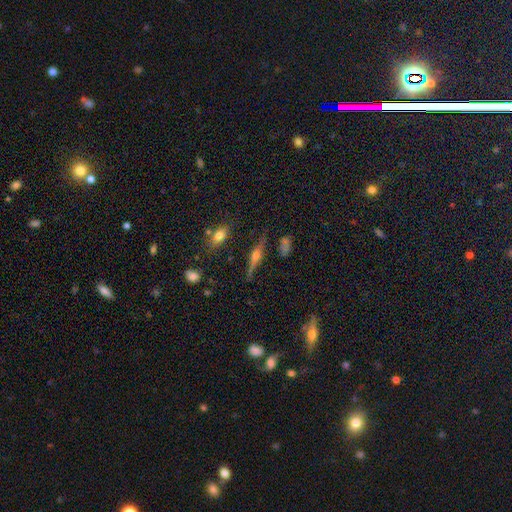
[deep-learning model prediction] Q: Smooth or featured?
A: featured or disk (70%); runner-up: smooth (20%)
Q: Edge-on disk?
A: yes (95%); runner-up: no (5%)
Q: Edge-on bulge?
A: rounded (91%); runner-up: boxy (6%)
Q: Merging?
A: none (80%); runner-up: minor disturbance (13%)